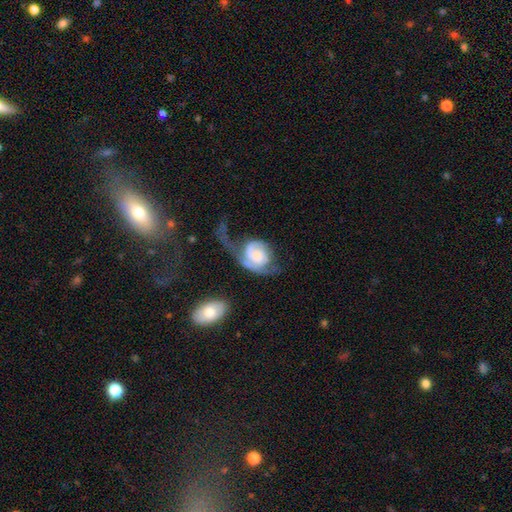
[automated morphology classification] smooth-or-featured: featured or disk: 72% | smooth: 22% | star or artifact: 6%
  disk-edge-on: no: 97% | yes: 3%
    bar: no: 70% | weak: 24% | strong: 6%
    has-spiral-arms: yes: 89% | no: 11%
      spiral-winding: medium: 35% | loose: 34% | tight: 31%
      spiral-arm-count: 2: 52% | 1: 31% | can't tell: 10% | 3: 3% | 4: 2% | more than 4: 2%
    bulge-size: small: 34% | moderate: 29% | large: 18% | none: 13% | dominant: 6%
  merging: major disturbance: 55% | none: 21% | minor disturbance: 18% | merger: 6%